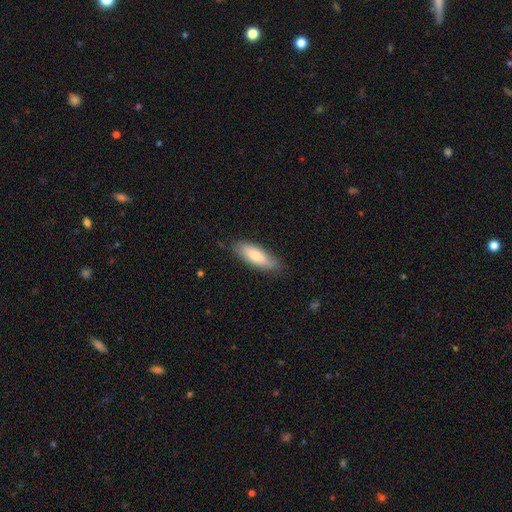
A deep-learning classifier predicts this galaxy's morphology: The model was most divided on "how rounded": in between: 62%, cigar-shaped: 36%, round: 2%. More confident: merging — none (78%); smooth or featured — smooth (75%).